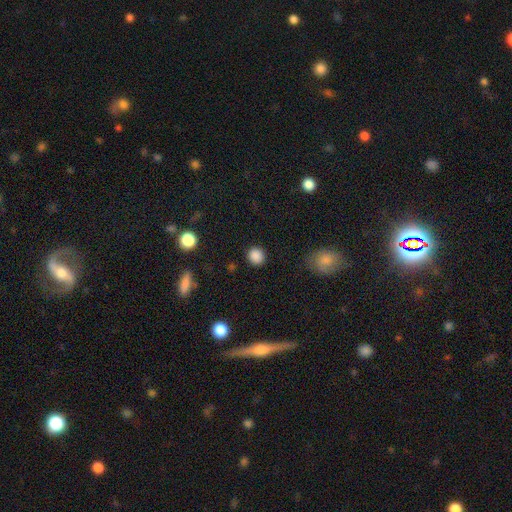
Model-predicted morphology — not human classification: A smooth galaxy with no disk features (87%) that is round (87%).

Vote fractions:
- Smooth or featured? smooth: 87% / star or artifact: 10% / featured or disk: 3%
- How rounded? round: 87% / in between: 12% / cigar-shaped: 1%
- Merging? none: 89% / minor disturbance: 7% / major disturbance: 3% / merger: 1%